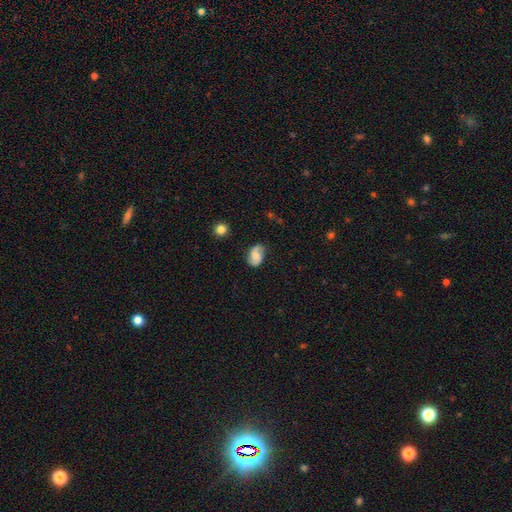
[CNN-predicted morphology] Smooth or featured? featured or disk (47%)
Merging? none (69%)